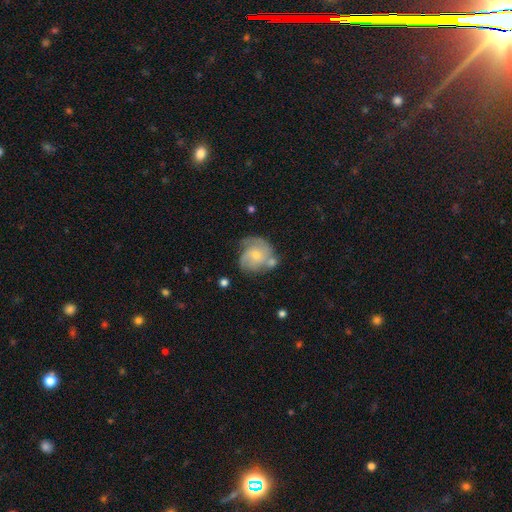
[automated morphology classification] Smooth or featured? Predicted: featured or disk (p=0.61). Edge-on disk? Predicted: no (p=0.98). Bar? Predicted: no (p=0.74). Spiral arms? Predicted: yes (p=0.84). Bulge size? Predicted: small (p=0.63). Merging? Predicted: none (p=0.45).